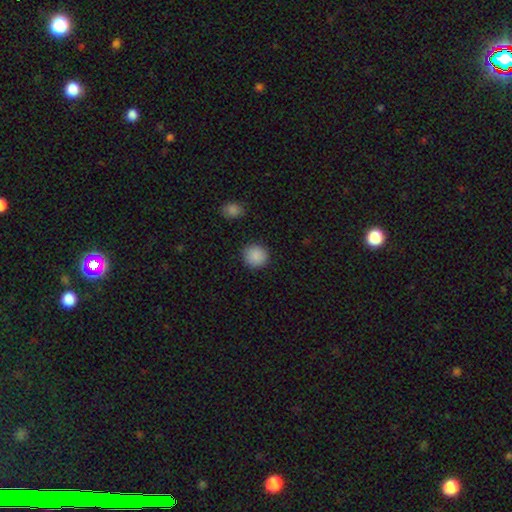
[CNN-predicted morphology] Smooth or featured: smooth — 89% (star or artifact — 8%)
How rounded: round — 92% (in between — 7%)
Merging: none — 90% (minor disturbance — 6%)